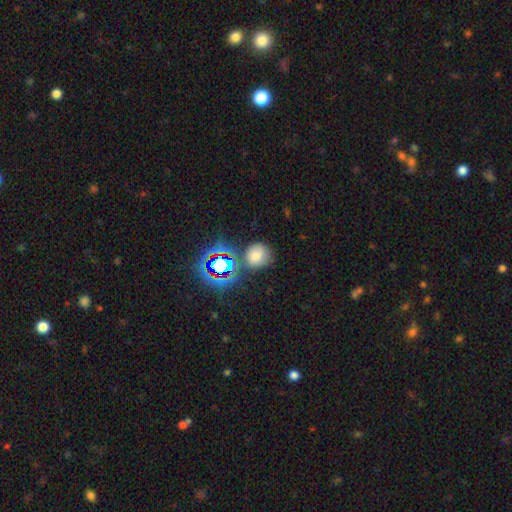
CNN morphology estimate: Smooth or featured? Predicted: smooth (p=0.67). How rounded? Predicted: round (p=0.82). Merging? Predicted: none (p=0.72).